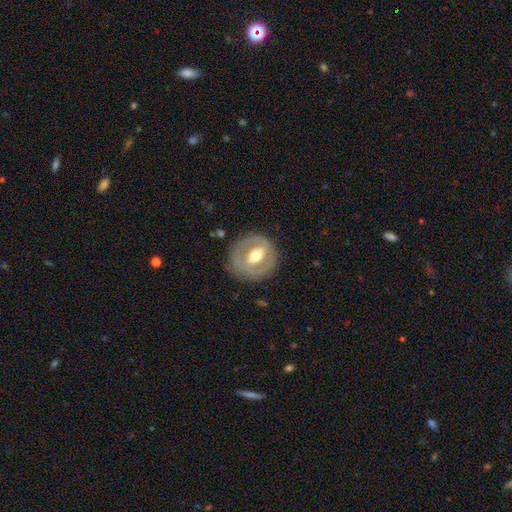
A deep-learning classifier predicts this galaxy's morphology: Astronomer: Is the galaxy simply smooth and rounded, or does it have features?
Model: featured or disk — 64%.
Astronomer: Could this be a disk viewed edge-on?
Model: no — 94%.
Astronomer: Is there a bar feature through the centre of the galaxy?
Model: weak — 38% (runner-up: strong, 34%).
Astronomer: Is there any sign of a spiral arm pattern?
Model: no — 70%.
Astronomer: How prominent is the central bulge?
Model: moderate — 73%.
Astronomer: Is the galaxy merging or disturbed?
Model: none — 77%.